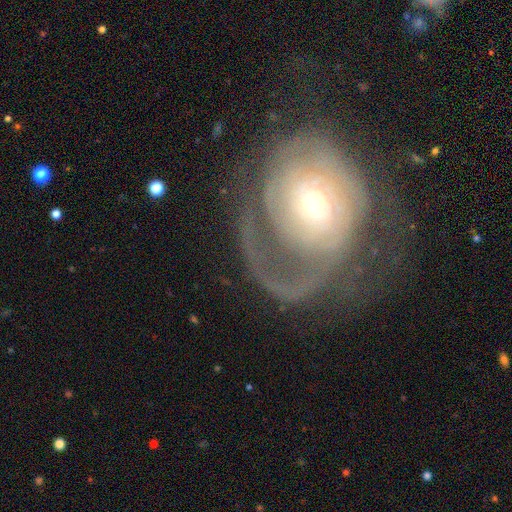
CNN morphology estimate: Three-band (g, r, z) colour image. It shows a featured or disk galaxy (75%) with no bar (75%), tight (52%) spiral arms (77%) and a small central bulge (54%). Merging: major disturbance (48%).